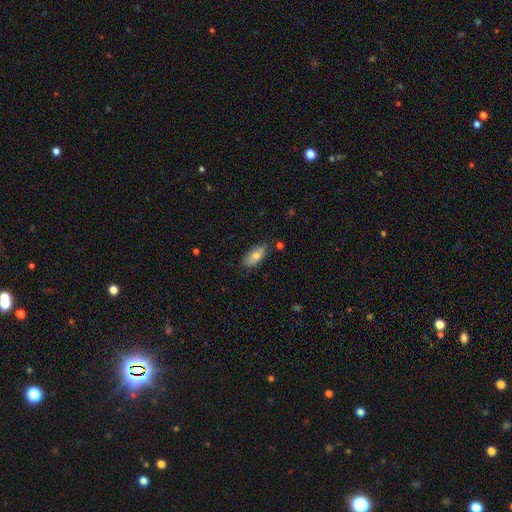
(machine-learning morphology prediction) Smooth or featured?
  - smooth: 69% *
  - featured or disk: 23%
  - star or artifact: 8%
How rounded?
  - in between: 86% *
  - cigar-shaped: 11%
  - round: 3%
Merging?
  - none: 76% *
  - minor disturbance: 18%
  - major disturbance: 3%
  - merger: 3%